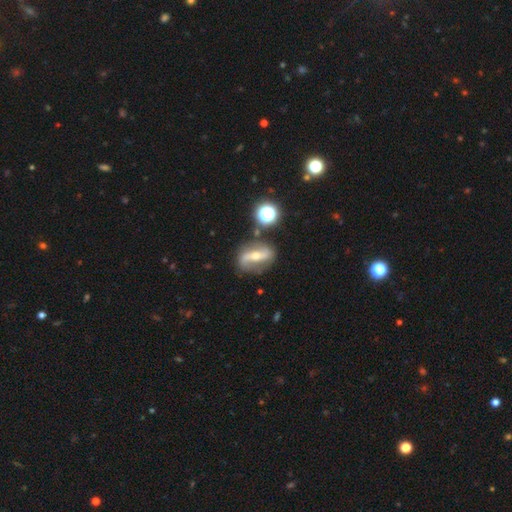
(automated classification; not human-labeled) Smooth or featured? featured or disk (79%)
Edge-on disk? no (91%)
Bar? strong (54%)
Spiral arms? yes (88%)
Spiral winding? loose (61%)
Spiral arm count? 2 (88%)
Bulge size? moderate (53%)
Merging? none (75%)